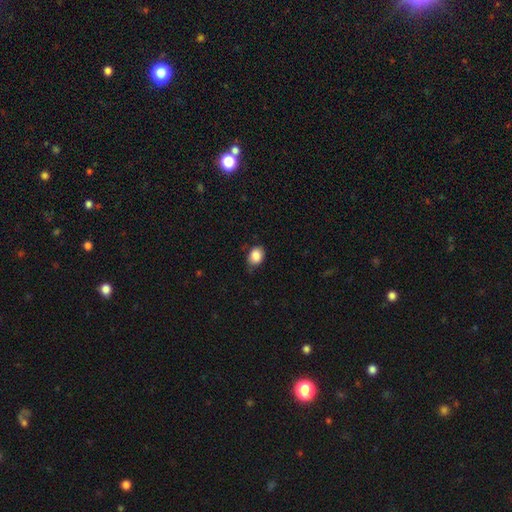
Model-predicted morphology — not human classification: Q: Smooth or featured?
A: smooth (86%); runner-up: star or artifact (8%)
Q: How rounded?
A: in between (62%); runner-up: round (36%)
Q: Merging?
A: none (67%); runner-up: minor disturbance (27%)